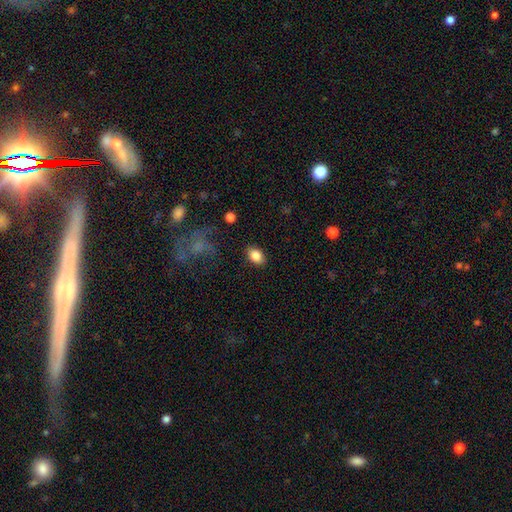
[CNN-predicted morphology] Q: Smooth or featured?
A: smooth (85%); runner-up: star or artifact (8%)
Q: How rounded?
A: in between (82%); runner-up: round (17%)
Q: Merging?
A: none (86%); runner-up: minor disturbance (10%)